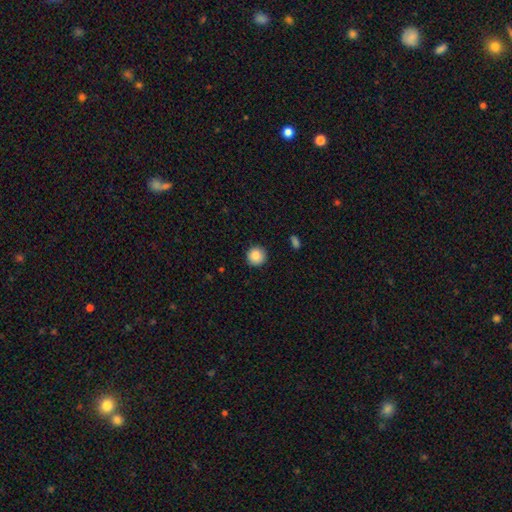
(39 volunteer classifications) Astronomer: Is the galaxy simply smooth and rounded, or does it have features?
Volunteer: smooth — 92%.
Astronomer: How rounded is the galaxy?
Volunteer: round — 100%.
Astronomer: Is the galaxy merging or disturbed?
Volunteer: none — 90%.